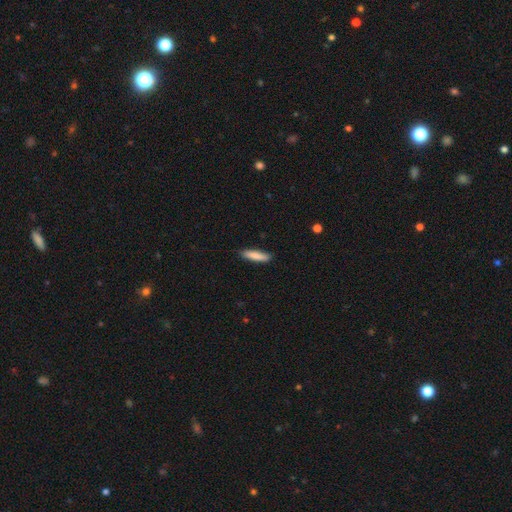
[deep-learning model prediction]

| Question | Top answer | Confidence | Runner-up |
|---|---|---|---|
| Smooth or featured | smooth | 85% | featured or disk (9%) |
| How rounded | cigar-shaped | 77% | in between (21%) |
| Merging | none | 87% | minor disturbance (10%) |